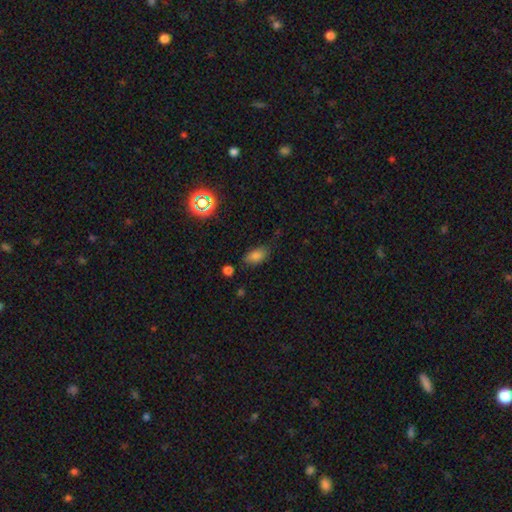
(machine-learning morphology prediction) Smooth or featured? smooth (79%)
How rounded? in between (89%)
Merging? none (69%)